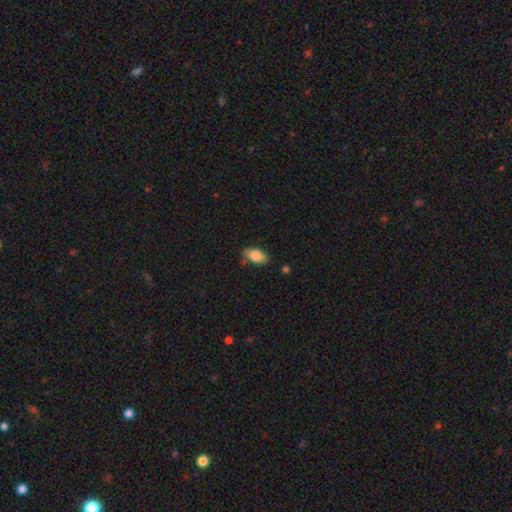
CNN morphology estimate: Smooth or featured: smooth — 85% (featured or disk — 8%)
How rounded: in between — 92% (cigar-shaped — 5%)
Merging: none — 80% (minor disturbance — 15%)